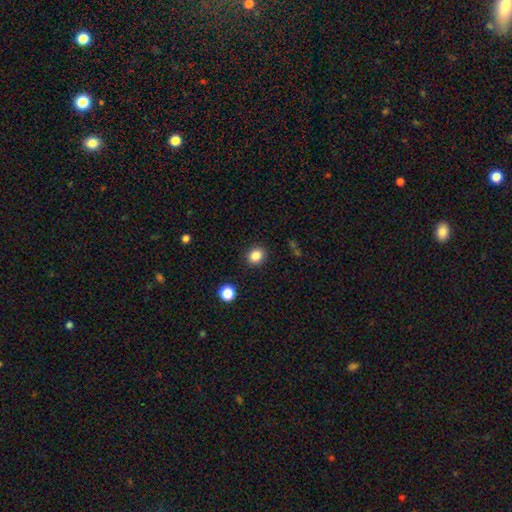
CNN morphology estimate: smooth_or_featured: smooth (p=0.86) [alt: star or artifact p=0.11]
how_rounded: round (p=0.63) [alt: in between p=0.36]
merging: none (p=0.88) [alt: minor disturbance p=0.08]